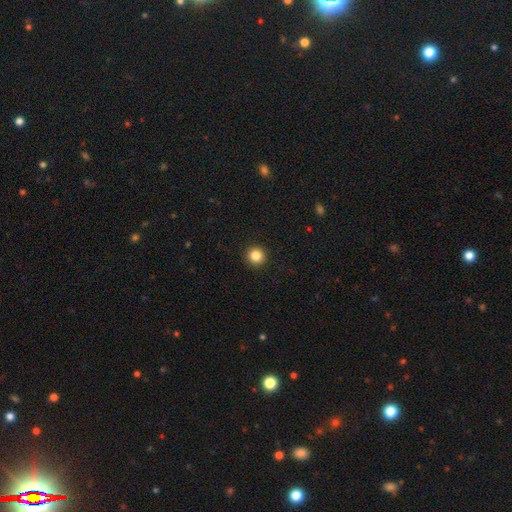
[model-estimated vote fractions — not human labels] Overall: smooth (86%). How rounded: round (95%). Merging: none (93%).